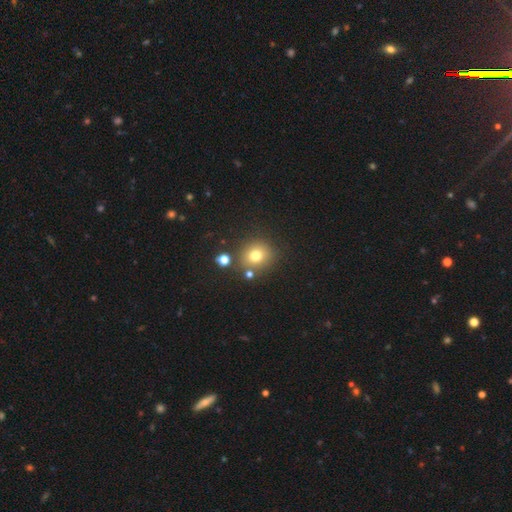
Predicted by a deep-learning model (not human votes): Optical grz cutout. It shows a smooth galaxy with no disk features (76%) that is round (84%). Merging: none (79%).